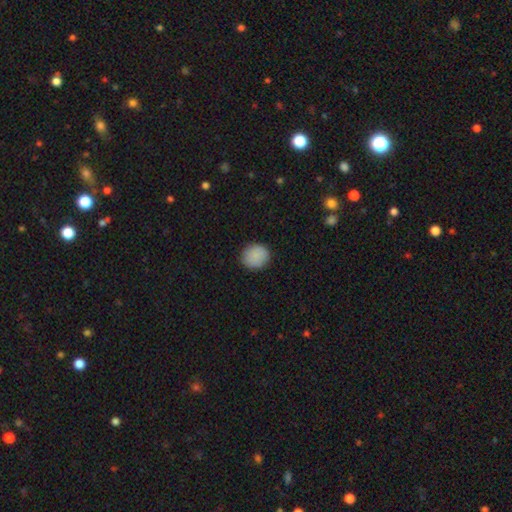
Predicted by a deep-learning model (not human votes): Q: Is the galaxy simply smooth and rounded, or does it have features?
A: smooth — 88%.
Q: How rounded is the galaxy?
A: round — 86%.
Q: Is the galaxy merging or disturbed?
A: none — 89%.